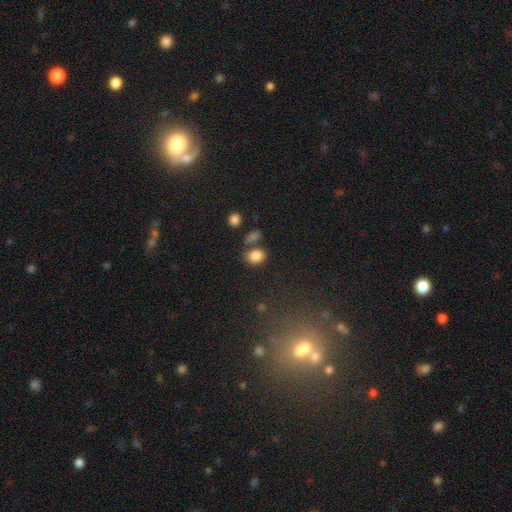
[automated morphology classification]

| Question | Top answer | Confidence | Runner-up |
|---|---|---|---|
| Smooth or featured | smooth | 83% | star or artifact (11%) |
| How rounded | in between | 53% | round (46%) |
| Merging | none | 56% | merger (22%) |